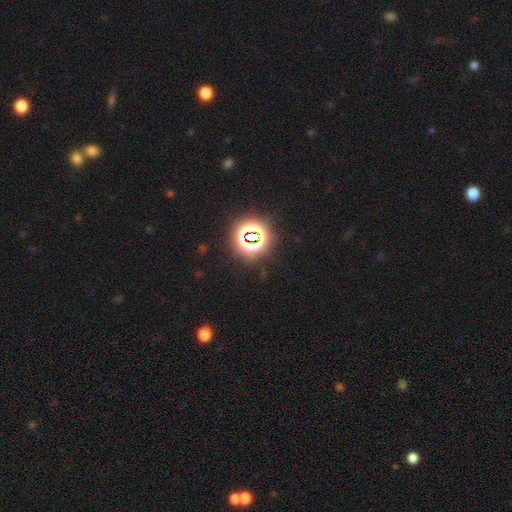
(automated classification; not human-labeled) Smooth or featured: star or artifact — 80% (smooth — 13%)